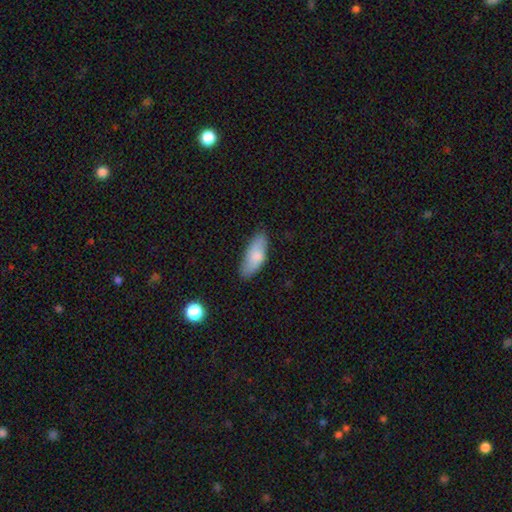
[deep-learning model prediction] Smooth or featured: smooth — 80% (featured or disk — 14%)
How rounded: in between — 76% (cigar-shaped — 22%)
Merging: none — 79% (minor disturbance — 17%)